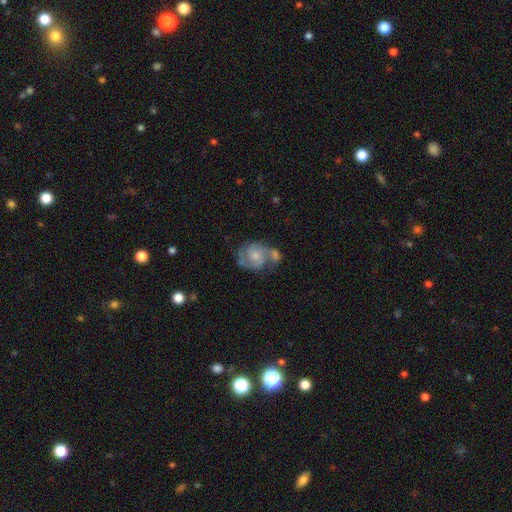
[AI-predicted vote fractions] Smooth or featured?
  - featured or disk: 68% *
  - smooth: 25%
  - star or artifact: 7%
Edge-on disk?
  - no: 98% *
  - yes: 2%
Bar?
  - no: 69% *
  - weak: 27%
  - strong: 4%
Spiral arms?
  - yes: 88% *
  - no: 12%
Spiral winding?
  - medium: 48% *
  - tight: 35%
  - loose: 17%
Spiral arm count?
  - 2: 74% *
  - can't tell: 12%
  - 3: 7%
  - 1: 4%
  - 4: 2%
  - more than 4: 2%
Bulge size?
  - small: 46% *
  - moderate: 41%
  - none: 7%
  - large: 5%
  - dominant: 1%
Merging?
  - none: 37% *
  - merger: 34%
  - minor disturbance: 18%
  - major disturbance: 11%